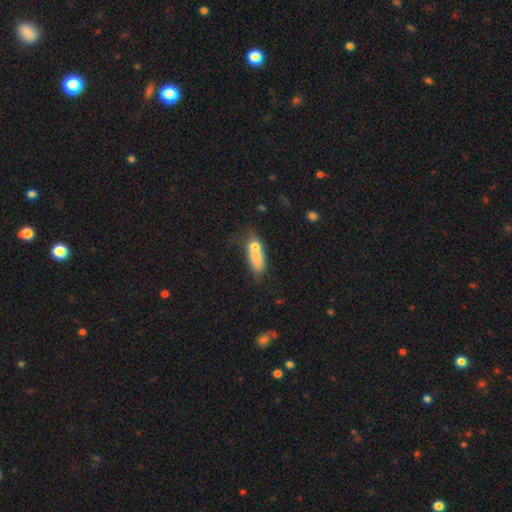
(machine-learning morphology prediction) Overall: smooth (69%). How rounded: in between (60%; cigar-shaped 33%). Merging: merger (42%; none 30%).